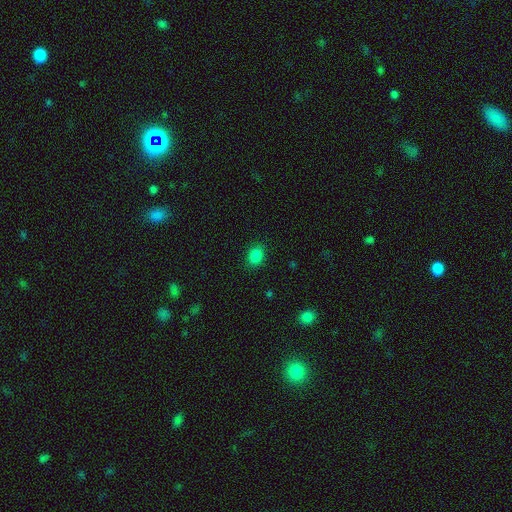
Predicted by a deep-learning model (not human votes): A smooth galaxy with no disk features (84%) that is in between round and cigar-shaped (53%).

Vote fractions:
- Smooth or featured? smooth: 84% / star or artifact: 12% / featured or disk: 4%
- How rounded? in between: 53% / round: 46% / cigar-shaped: 1%
- Merging? none: 88% / minor disturbance: 9% / major disturbance: 2% / merger: 1%